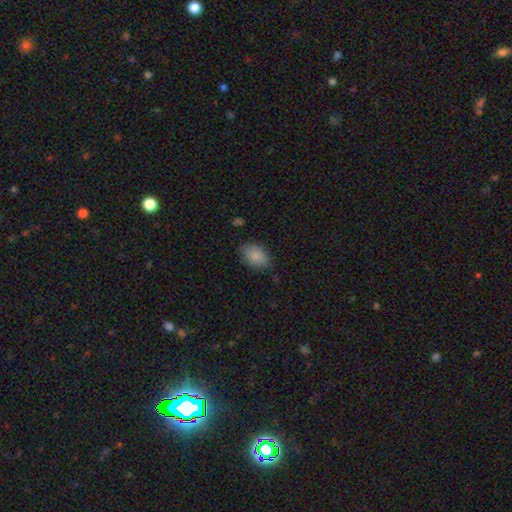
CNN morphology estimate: smooth-or-featured: smooth: 87% | star or artifact: 7% | featured or disk: 6%
  how-rounded: in between: 88% | round: 10% | cigar-shaped: 2%
  merging: none: 77% | minor disturbance: 18% | major disturbance: 4% | merger: 1%